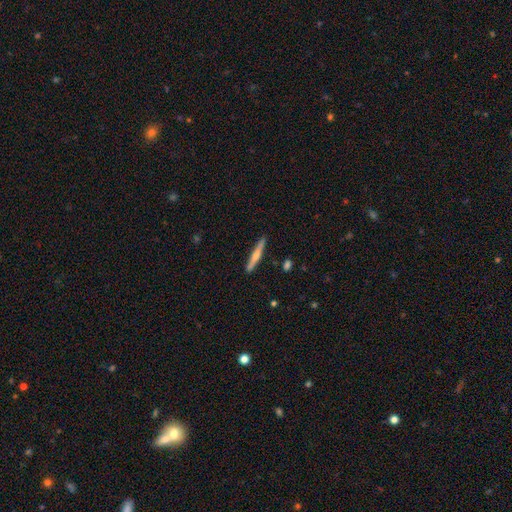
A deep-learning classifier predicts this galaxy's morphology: A featured or disk galaxy (47%, tied with smooth). Merging: none (89%).